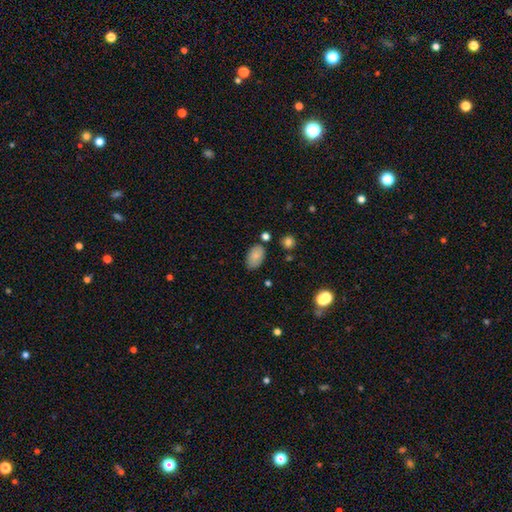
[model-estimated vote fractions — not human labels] smooth 83%, star or artifact 8%, featured or disk 8%. Down the decision tree: how rounded — in between (91%); merging — none (77%).